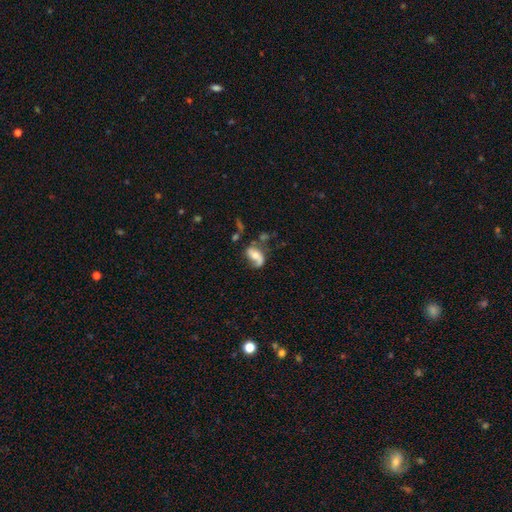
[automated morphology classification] Smooth or featured? featured or disk (61%)
Edge-on disk? no (96%)
Bar? no (56%)
Spiral arms? yes (84%)
Bulge size? moderate (52%)
Merging? none (42%)